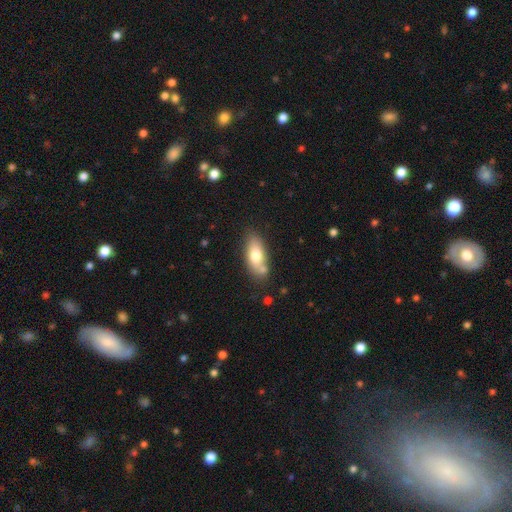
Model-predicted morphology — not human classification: Smooth or featured? Predicted: smooth (p=0.73). How rounded? Predicted: in between (p=0.83). Merging? Predicted: none (p=0.63).